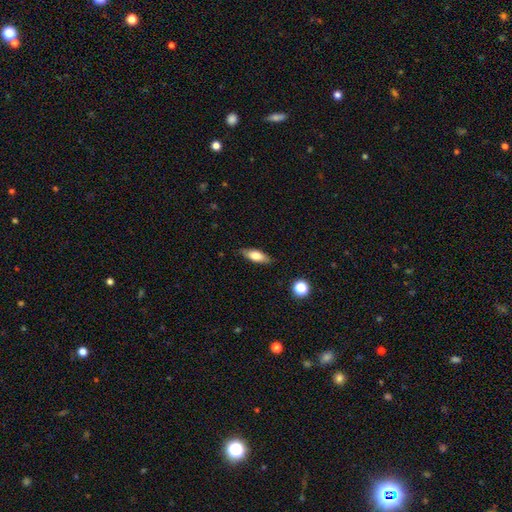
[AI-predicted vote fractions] A smooth galaxy with no disk features (72%) that is in between round and cigar-shaped (70%).

Vote fractions:
- Smooth or featured? smooth: 72% / featured or disk: 20% / star or artifact: 7%
- How rounded? in between: 70% / cigar-shaped: 27% / round: 3%
- Merging? none: 83% / minor disturbance: 13% / major disturbance: 3% / merger: 1%